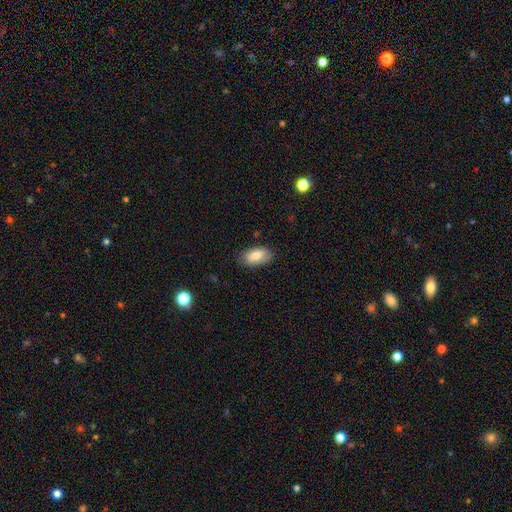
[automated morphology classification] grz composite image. It shows a smooth galaxy with no disk features (80%) that is in between round and cigar-shaped (92%). Merging: none (82%).